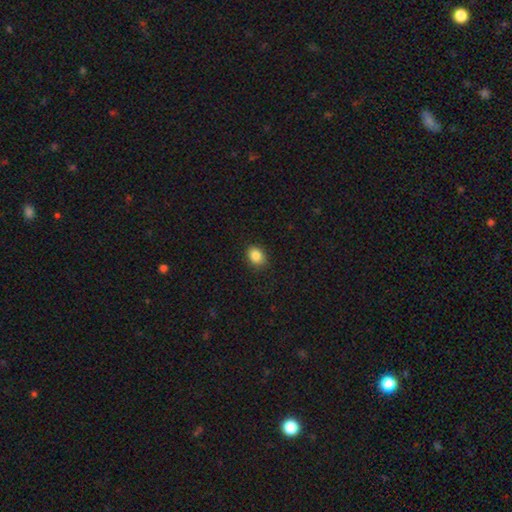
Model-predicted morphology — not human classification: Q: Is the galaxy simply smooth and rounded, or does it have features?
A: smooth — 86%.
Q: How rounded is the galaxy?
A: in between — 63%.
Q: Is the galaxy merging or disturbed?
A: none — 88%.